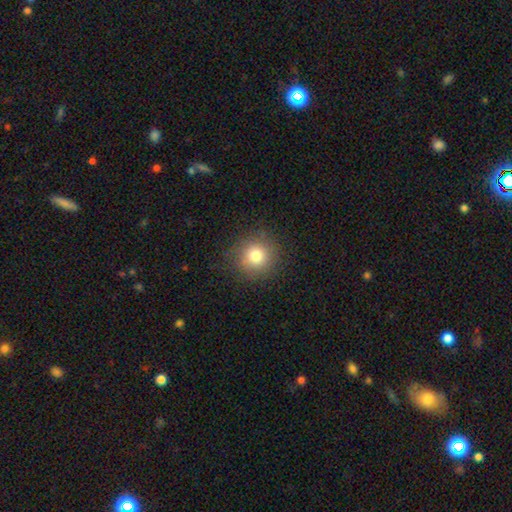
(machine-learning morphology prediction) The model was most divided on "smooth or featured": smooth: 80%, star or artifact: 12%, featured or disk: 8%. More confident: how rounded — round (93%); merging — none (86%).